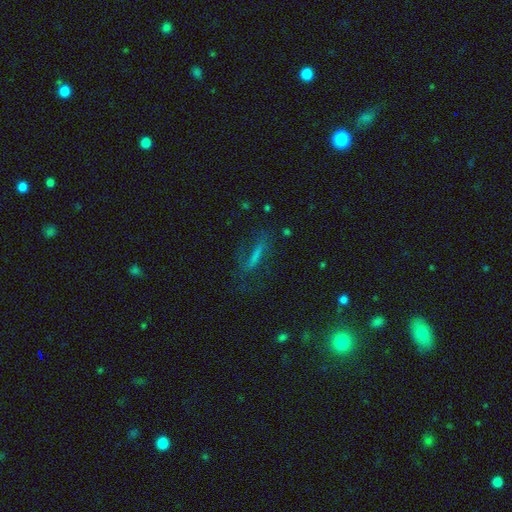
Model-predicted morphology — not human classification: A smooth galaxy with no disk features (44%).

Vote fractions:
- Smooth or featured? smooth: 44% / featured or disk: 34% / star or artifact: 21%
- Merging? none: 65% / minor disturbance: 18% / major disturbance: 14% / merger: 3%